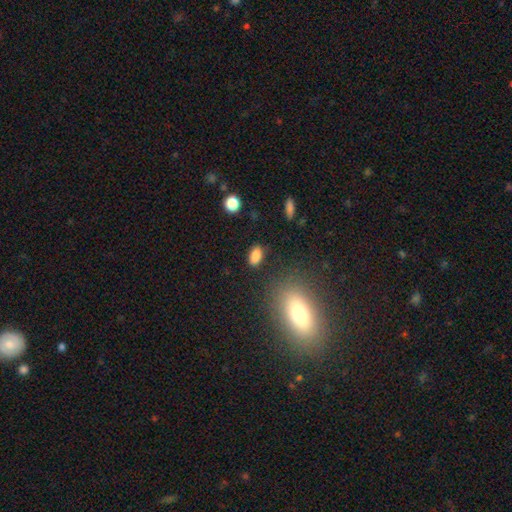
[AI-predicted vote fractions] Overall: smooth (85%). How rounded: in between (89%). Merging: none (83%).